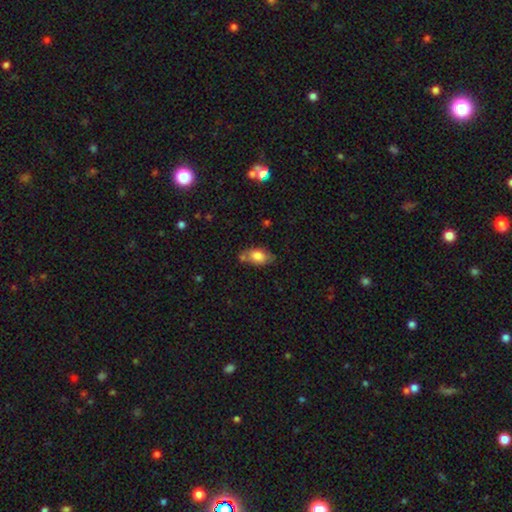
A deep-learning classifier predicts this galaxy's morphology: Smooth or featured: smooth — 79% (featured or disk — 13%)
How rounded: in between — 89% (round — 8%)
Merging: none — 63% (minor disturbance — 21%)